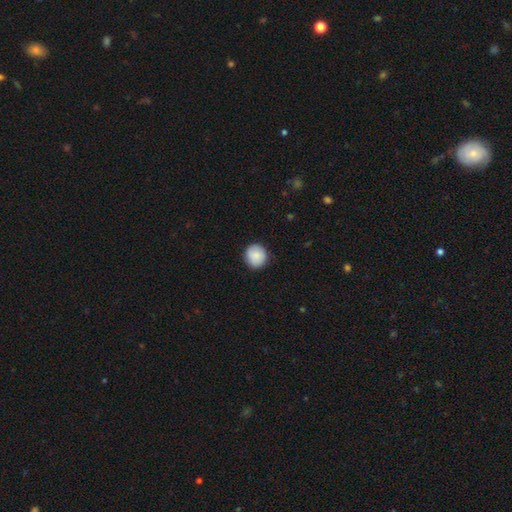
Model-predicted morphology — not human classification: A smooth galaxy with no disk features (85%) that is round (89%).

Vote fractions:
- Smooth or featured? smooth: 85% / featured or disk: 8% / star or artifact: 7%
- How rounded? round: 89% / in between: 10% / cigar-shaped: 1%
- Merging? none: 88% / minor disturbance: 9% / major disturbance: 2% / merger: 1%